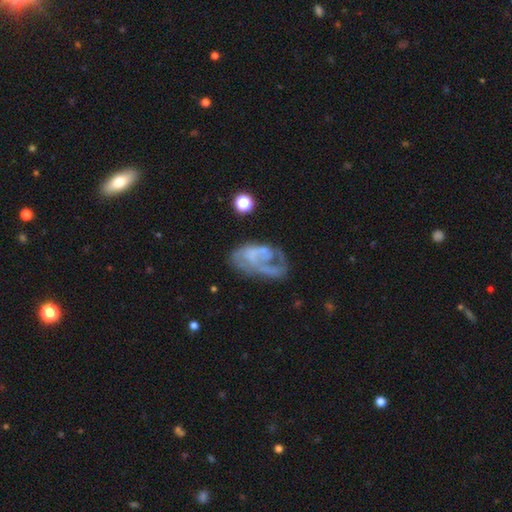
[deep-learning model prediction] smooth_or_featured: featured or disk (p=0.65) [alt: smooth p=0.24]
disk_edge_on: no (p=0.97) [alt: yes p=0.03]
bar: no (p=0.81) [alt: weak p=0.15]
has_spiral_arms: no (p=0.54) [alt: yes p=0.46]
bulge_size: none (p=0.72) [alt: small p=0.14]
merging: major disturbance (p=0.37) [alt: none p=0.36]